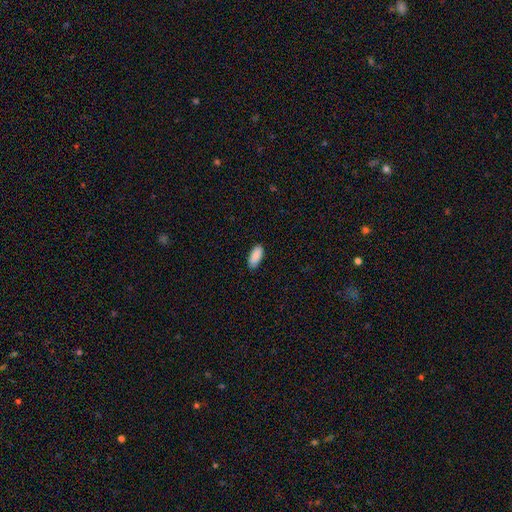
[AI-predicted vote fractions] smooth-or-featured: smooth: 88% | star or artifact: 6% | featured or disk: 5%
  how-rounded: in between: 88% | cigar-shaped: 10% | round: 2%
  merging: none: 84% | minor disturbance: 13% | major disturbance: 2% | merger: 1%